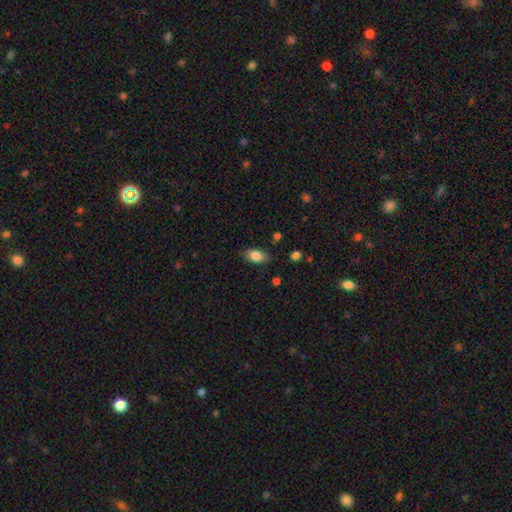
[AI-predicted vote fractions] A smooth galaxy with no disk features (83%) that is in between round and cigar-shaped (89%). Merging: none (78%).